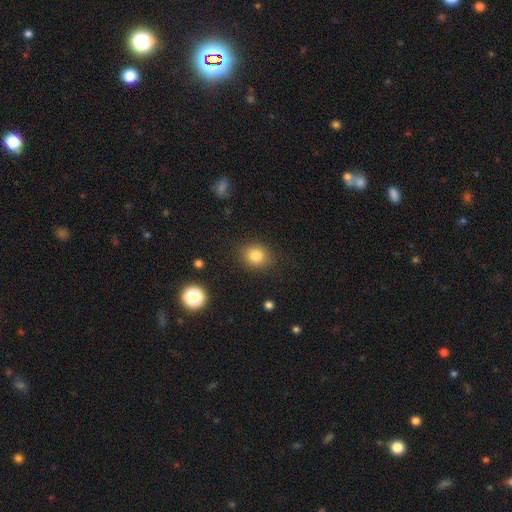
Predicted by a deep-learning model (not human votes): Morphology: type=smooth (82%); roundness=round (73%); merging=none (86%).